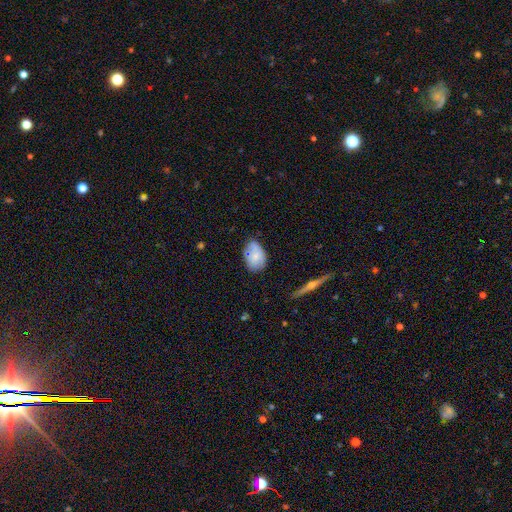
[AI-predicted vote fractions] smooth-or-featured: smooth: 72% | featured or disk: 20% | star or artifact: 8%
  how-rounded: in between: 87% | round: 11% | cigar-shaped: 2%
  merging: none: 58% | minor disturbance: 28% | merger: 8% | major disturbance: 6%